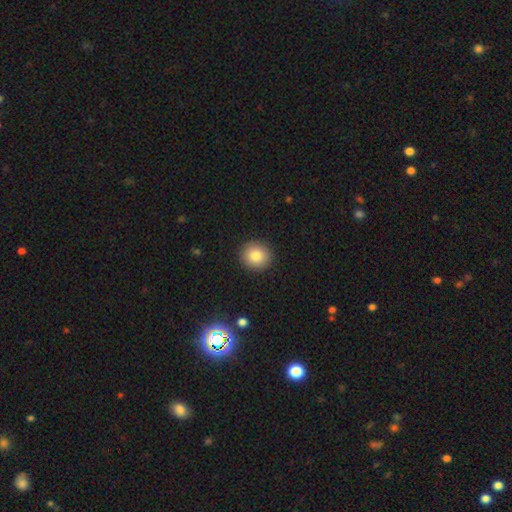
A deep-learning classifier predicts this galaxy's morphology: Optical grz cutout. It shows a smooth galaxy with no disk features (82%) that is round (90%). Merging: none (91%).